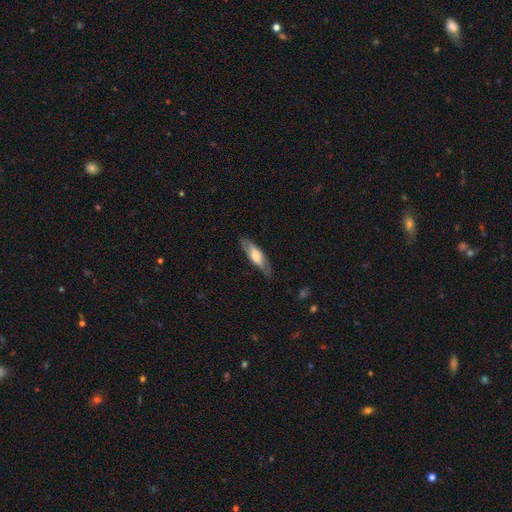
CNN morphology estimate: Smooth or featured? smooth (52%)
How rounded? cigar-shaped (49%, tied with in between)
Merging? none (78%)